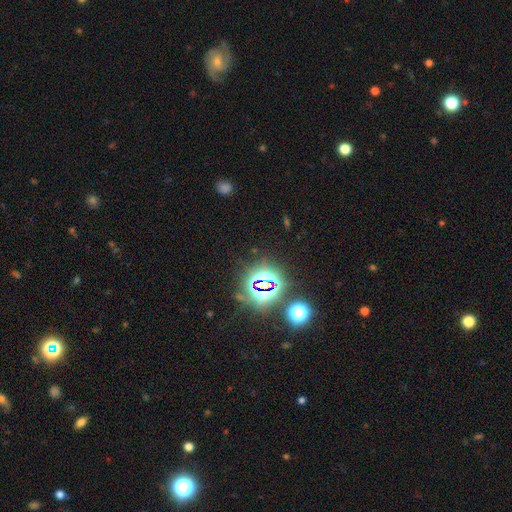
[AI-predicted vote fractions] Smooth or featured? star or artifact (79%)